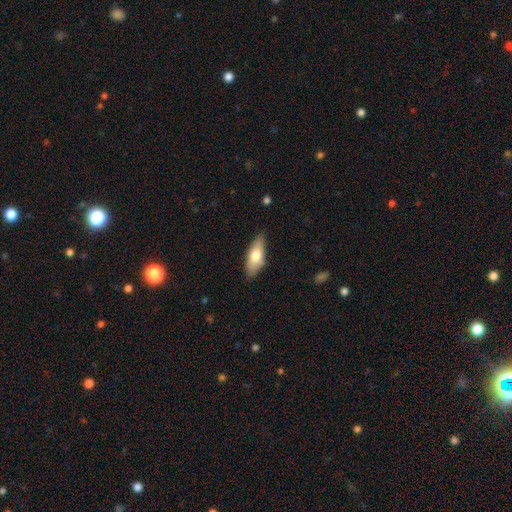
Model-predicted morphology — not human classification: smooth 69%, featured or disk 25%, star or artifact 6%. Down the decision tree: how rounded — in between (74%); merging — none (82%).